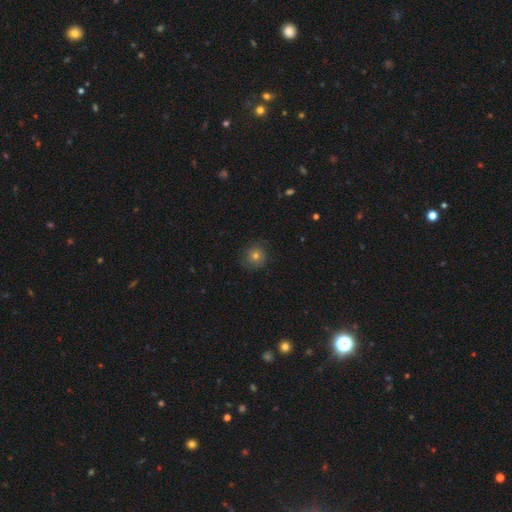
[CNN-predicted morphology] Q: Smooth or featured?
A: smooth (71%); runner-up: star or artifact (16%)
Q: How rounded?
A: round (93%); runner-up: in between (6%)
Q: Merging?
A: none (84%); runner-up: minor disturbance (11%)